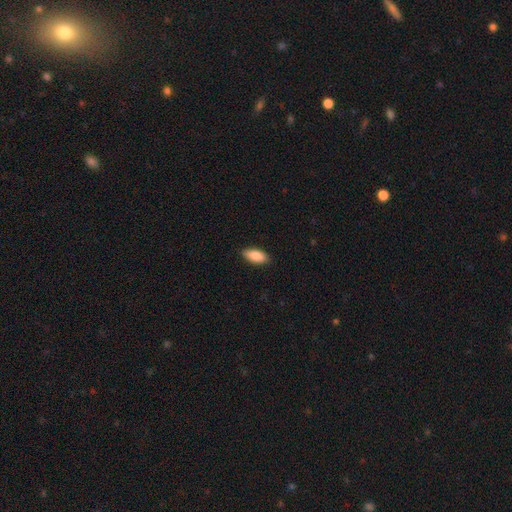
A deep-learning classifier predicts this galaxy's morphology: A smooth galaxy with no disk features (88%) that is in between round and cigar-shaped (88%). Merging: none (88%).